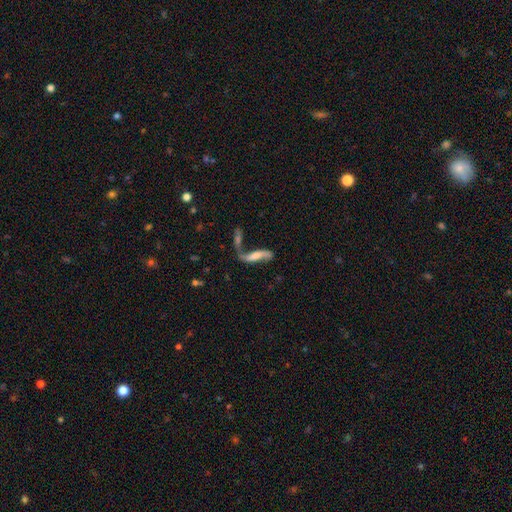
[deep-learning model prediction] Smooth or featured: featured or disk — 57% (smooth — 34%)
Edge-on disk: no — 71% (yes — 29%)
Merging: merger — 46% (none — 27%)